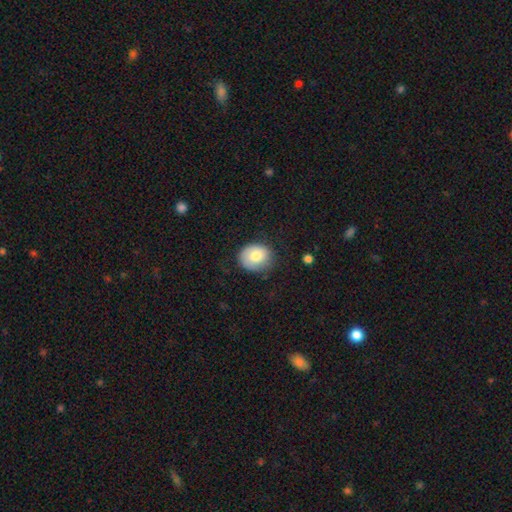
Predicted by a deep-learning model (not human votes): Smooth or featured?
  - smooth: 77% *
  - featured or disk: 15%
  - star or artifact: 8%
How rounded?
  - round: 66% *
  - in between: 33%
  - cigar-shaped: 1%
Merging?
  - none: 73% *
  - minor disturbance: 20%
  - major disturbance: 6%
  - merger: 1%